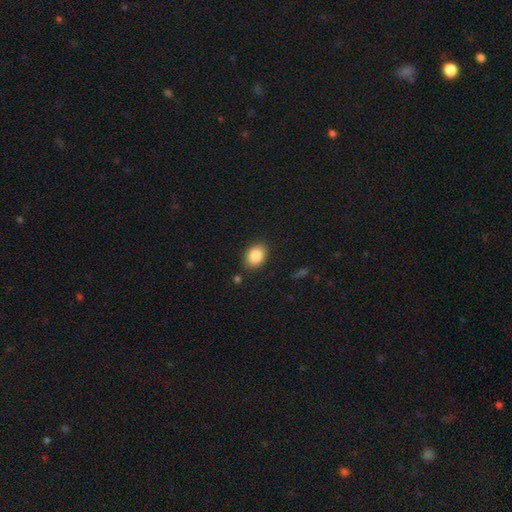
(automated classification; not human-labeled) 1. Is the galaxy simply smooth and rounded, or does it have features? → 86% smooth, 8% star or artifact, 6% featured or disk.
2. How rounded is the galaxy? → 71% in between, 28% round, 1% cigar-shaped.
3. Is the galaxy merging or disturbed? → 85% none, 10% minor disturbance, 3% major disturbance, 2% merger.